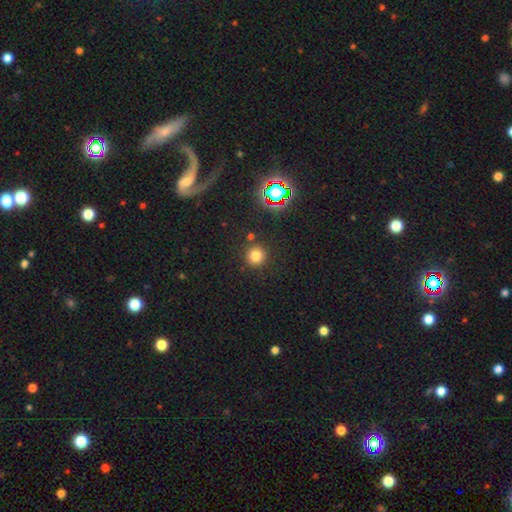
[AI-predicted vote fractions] This is likely a smooth galaxy (75%). How rounded: clearly round (94%). Merging: clearly none (87%).